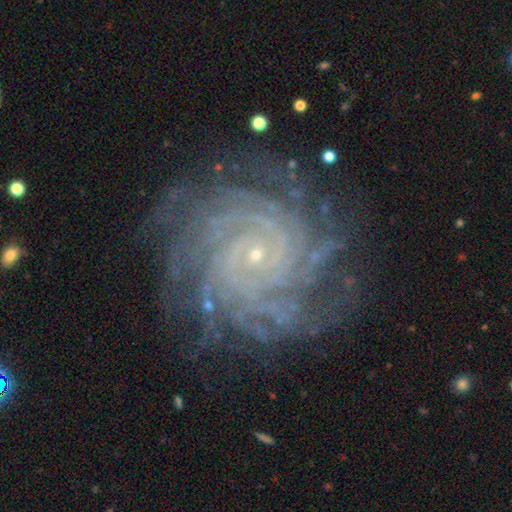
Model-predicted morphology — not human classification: A featured or disk galaxy (90%) with no bar (74%), more than 4 (35%) tight (85%) spiral arms (98%) and a small central bulge (90%). Merging: none (81%).